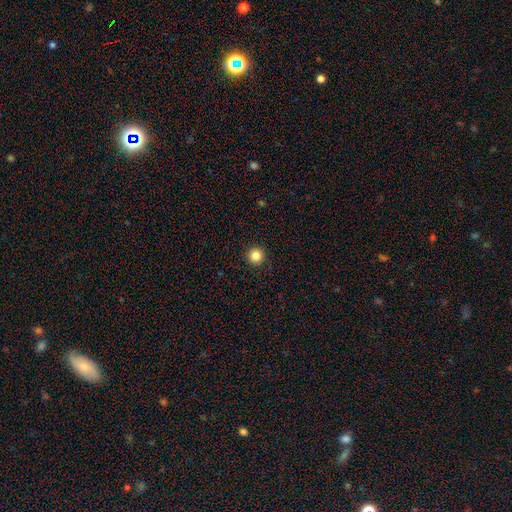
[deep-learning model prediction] smooth-or-featured: smooth: 85% | star or artifact: 11% | featured or disk: 4%
  how-rounded: round: 96% | in between: 3% | cigar-shaped: 1%
  merging: none: 93% | minor disturbance: 5% | major disturbance: 2% | merger: 1%